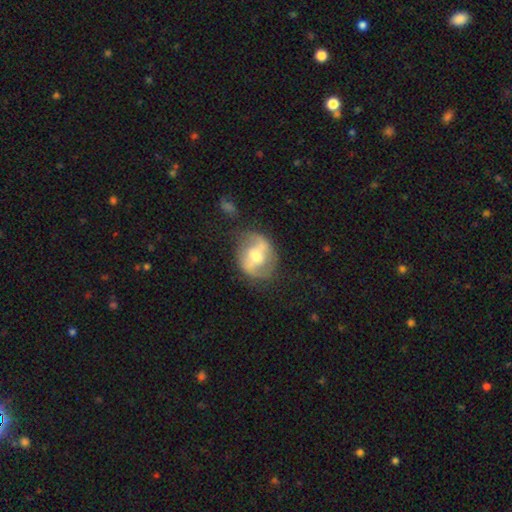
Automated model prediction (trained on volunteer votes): The model was most divided on "bar": strong: 43%, weak: 38%, no: 20%. More confident: edge-on disk — no (94%); smooth or featured — featured or disk (70%); bulge size — moderate (68%); spiral arms — yes (68%); merging — none (65%).